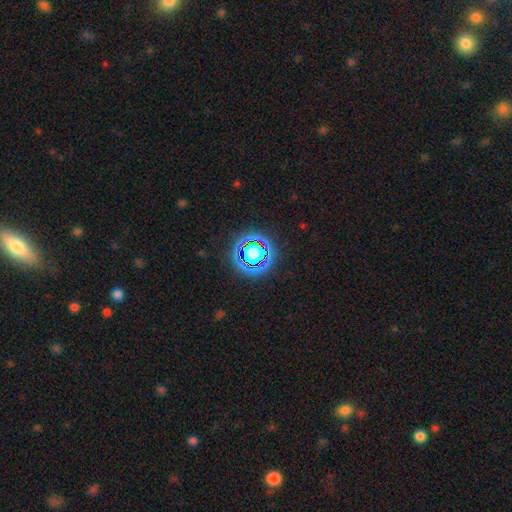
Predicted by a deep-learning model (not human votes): A star or artifact, not a galaxy (55%).